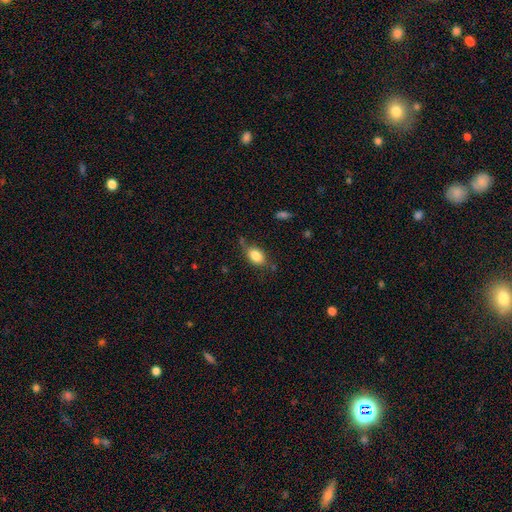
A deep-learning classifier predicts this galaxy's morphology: smooth 84%, featured or disk 8%, star or artifact 8%. Down the decision tree: how rounded — in between (85%); merging — none (67%).